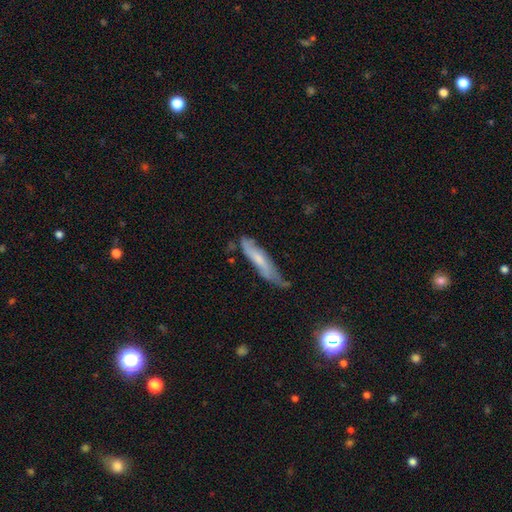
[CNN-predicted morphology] The model was most divided on "smooth or featured": featured or disk: 48%, smooth: 42%, star or artifact: 10%. More confident: merging — none (57%).